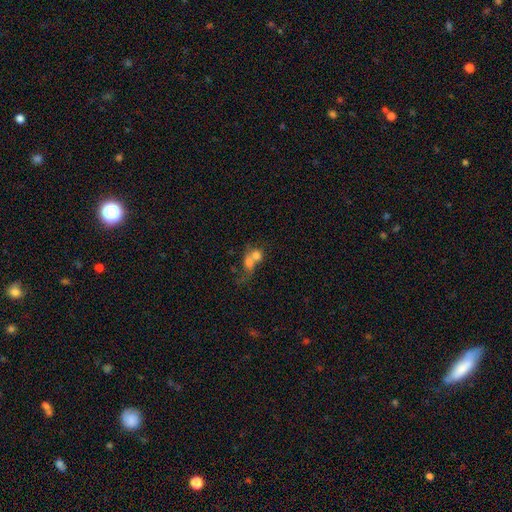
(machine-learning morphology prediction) A smooth galaxy with no disk features (67%) that is round (60%). Merging: merger (72%).